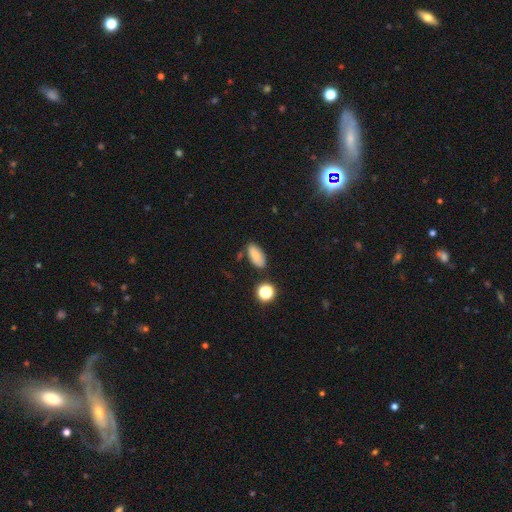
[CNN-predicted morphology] A smooth galaxy with no disk features (80%) that is in between round and cigar-shaped (88%). Merging: none (76%).